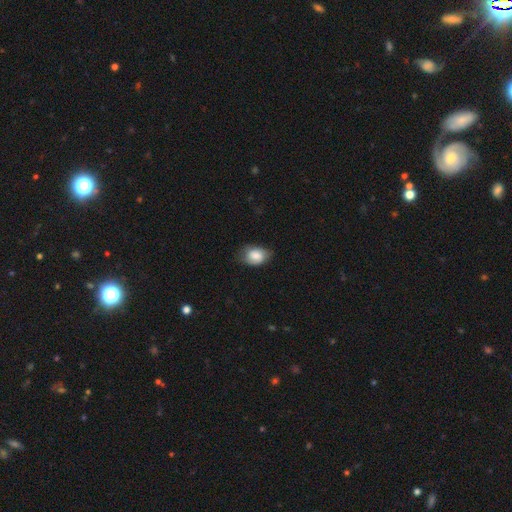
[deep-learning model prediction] Morphology: type=smooth (77%); roundness=in between (79%); merging=none (61%).